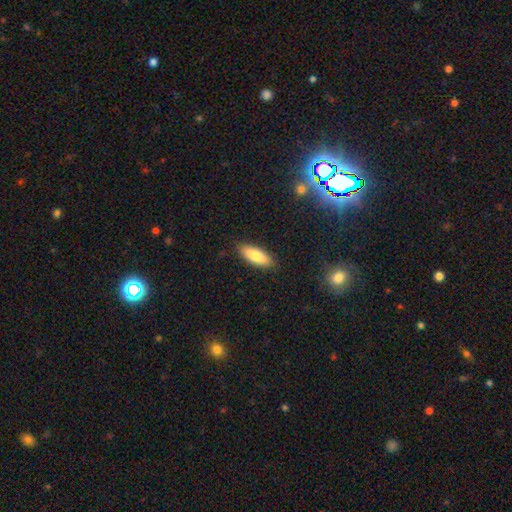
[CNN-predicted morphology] A smooth galaxy with no disk features (80%) that is in between round and cigar-shaped (70%).

Vote fractions:
- Smooth or featured? smooth: 80% / featured or disk: 14% / star or artifact: 6%
- How rounded? in between: 70% / cigar-shaped: 28% / round: 2%
- Merging? none: 88% / minor disturbance: 9% / major disturbance: 2% / merger: 1%